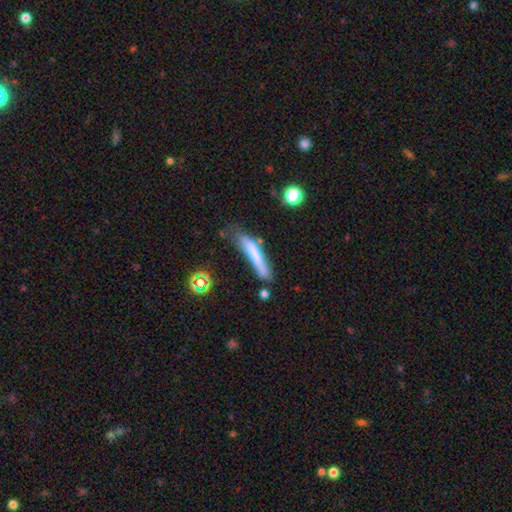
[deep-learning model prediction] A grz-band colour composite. It shows a smooth galaxy with no disk features (67%) that is cigar-shaped (90%). Merging: none (56%).